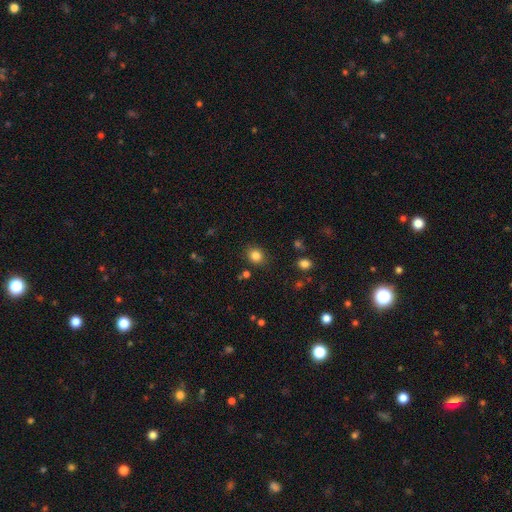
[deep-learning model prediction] A smooth galaxy with no disk features (83%) that is round (67%).

Vote fractions:
- Smooth or featured? smooth: 83% / star or artifact: 12% / featured or disk: 5%
- How rounded? round: 67% / in between: 32% / cigar-shaped: 1%
- Merging? none: 85% / minor disturbance: 9% / major disturbance: 3% / merger: 2%